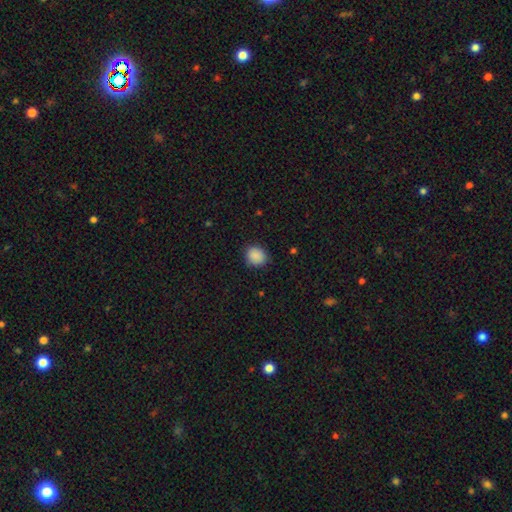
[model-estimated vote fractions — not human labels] A smooth galaxy with no disk features (89%) that is round (70%).

Vote fractions:
- Smooth or featured? smooth: 89% / star or artifact: 8% / featured or disk: 3%
- How rounded? round: 70% / in between: 29% / cigar-shaped: 1%
- Merging? none: 86% / minor disturbance: 11% / major disturbance: 3% / merger: 1%